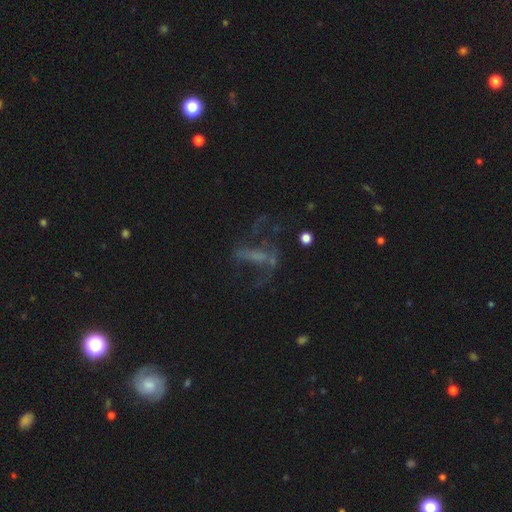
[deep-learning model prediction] Morphology: type=featured or disk (58%); edge-on=no (88%); bar=no (42%); spiral arms=yes (52%); bulge=none (64%); merging=none (44%).